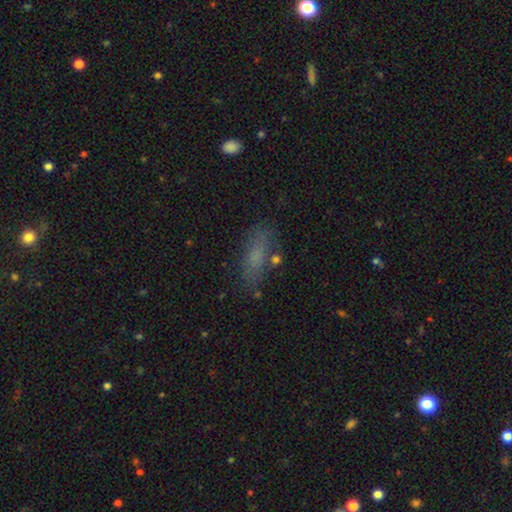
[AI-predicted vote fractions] This is likely a smooth galaxy (65%). How rounded: possibly in between (58%). Merging: likely none (71%).